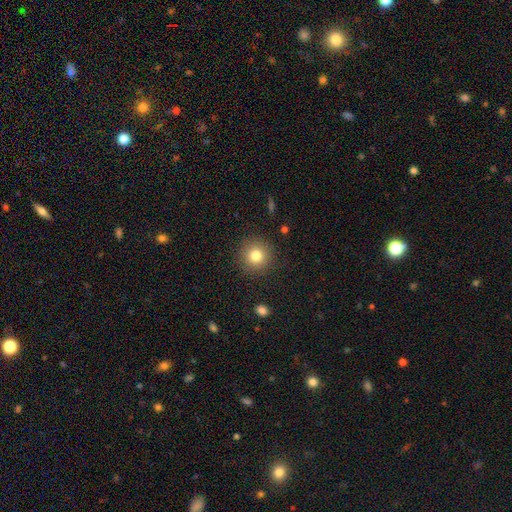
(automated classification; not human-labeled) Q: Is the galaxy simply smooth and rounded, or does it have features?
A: smooth — 80%.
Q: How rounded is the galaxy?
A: round — 94%.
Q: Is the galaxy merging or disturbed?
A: none — 90%.